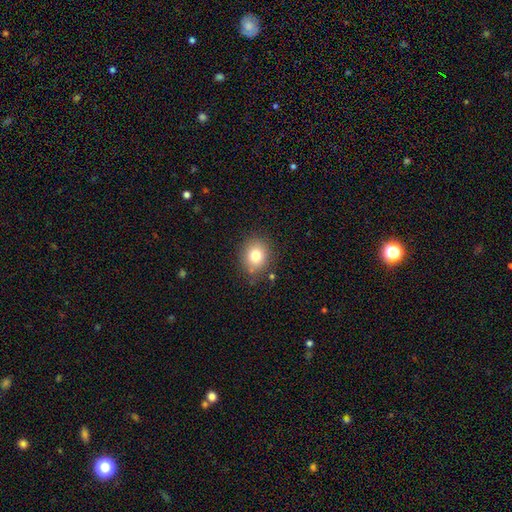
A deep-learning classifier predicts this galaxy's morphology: Smooth or featured? Predicted: smooth (p=0.79). How rounded? Predicted: round (p=0.72). Merging? Predicted: none (p=0.83).